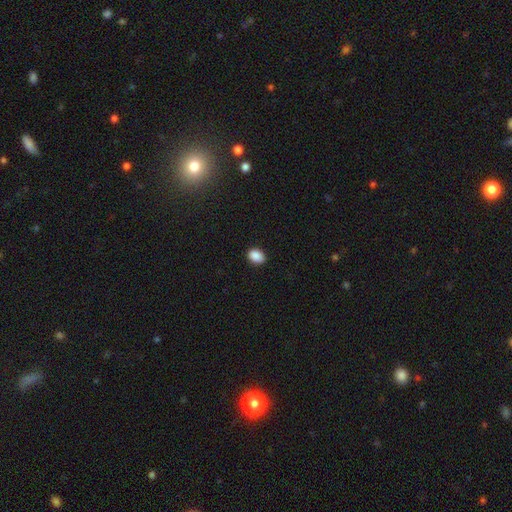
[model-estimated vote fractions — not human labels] The model was most divided on "how rounded": in between: 66%, round: 33%, cigar-shaped: 1%. More confident: merging — none (89%); smooth or featured — smooth (89%).